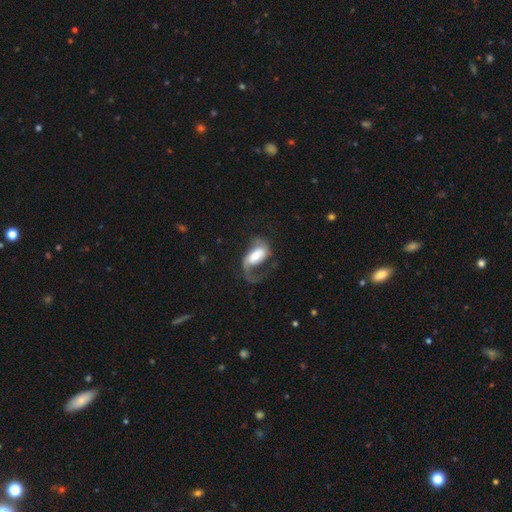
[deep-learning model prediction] Smooth or featured? Predicted: featured or disk (p=0.66). Edge-on disk? Predicted: no (p=0.95). Bar? Predicted: weak (p=0.38). Spiral arms? Predicted: yes (p=0.87). Spiral winding? Predicted: loose (p=0.58). Spiral arm count? Predicted: 1 (p=0.54). Bulge size? Predicted: moderate (p=0.36). Merging? Predicted: major disturbance (p=0.47).